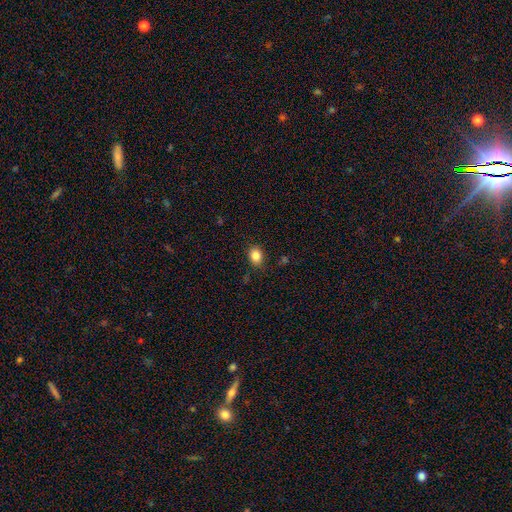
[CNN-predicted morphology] Q: Smooth or featured?
A: smooth (84%); runner-up: star or artifact (10%)
Q: How rounded?
A: in between (54%); runner-up: round (45%)
Q: Merging?
A: none (83%); runner-up: minor disturbance (12%)